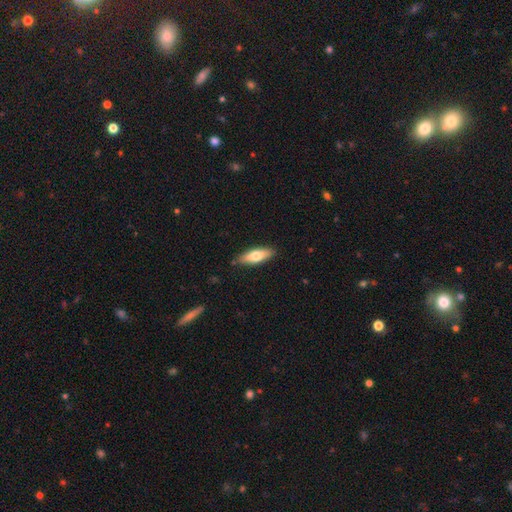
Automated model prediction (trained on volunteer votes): This is likely a smooth galaxy (68%). How rounded: likely in between (61%). Merging: clearly none (86%).